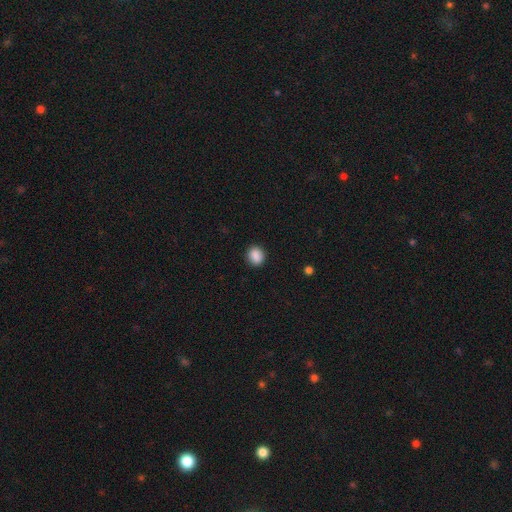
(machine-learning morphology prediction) Smooth or featured?
  - smooth: 88% *
  - star or artifact: 9%
  - featured or disk: 3%
How rounded?
  - round: 70% *
  - in between: 29%
  - cigar-shaped: 1%
Merging?
  - none: 90% *
  - minor disturbance: 7%
  - major disturbance: 2%
  - merger: 1%